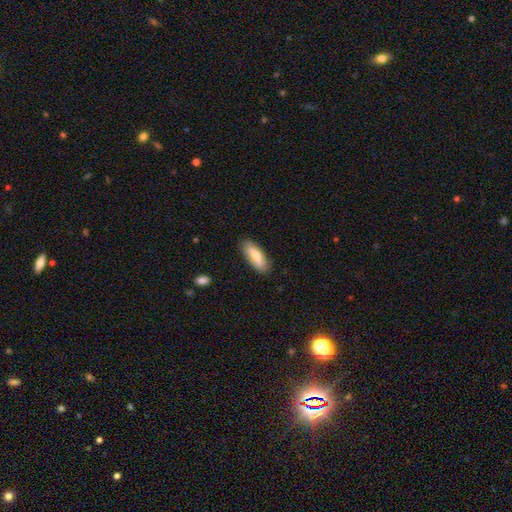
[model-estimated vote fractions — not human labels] Q: Smooth or featured?
A: smooth (72%); runner-up: featured or disk (22%)
Q: How rounded?
A: in between (66%); runner-up: cigar-shaped (32%)
Q: Merging?
A: none (86%); runner-up: minor disturbance (11%)